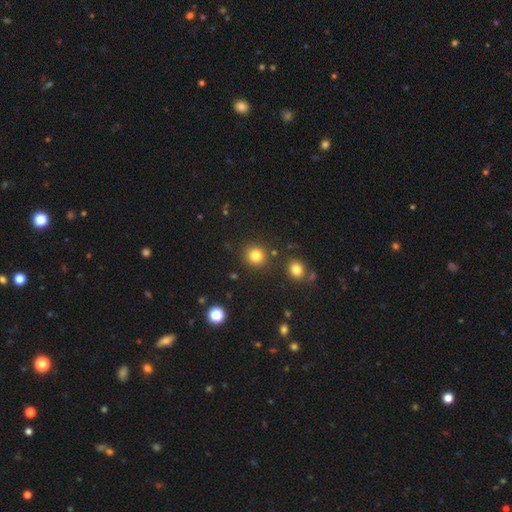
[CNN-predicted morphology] Smooth or featured: smooth — 82% (star or artifact — 12%)
How rounded: round — 90% (in between — 9%)
Merging: none — 86% (minor disturbance — 7%)